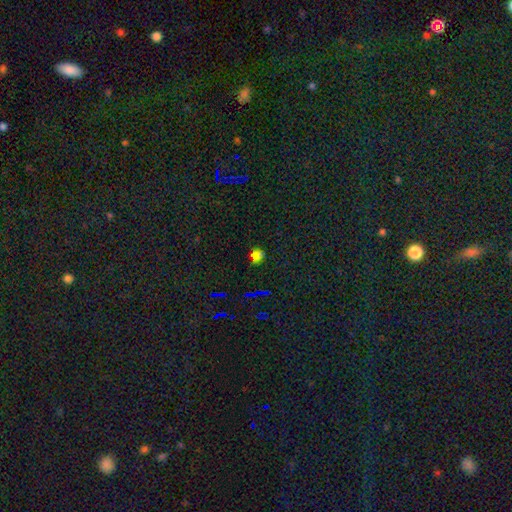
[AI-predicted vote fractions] A smooth galaxy with no disk features (49%). Merging: none (69%).